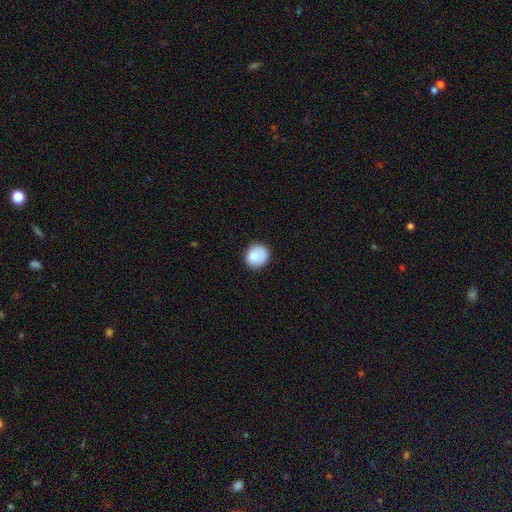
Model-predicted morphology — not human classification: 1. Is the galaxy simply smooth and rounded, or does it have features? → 83% smooth, 9% featured or disk, 8% star or artifact.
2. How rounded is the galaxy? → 85% round, 14% in between, 1% cigar-shaped.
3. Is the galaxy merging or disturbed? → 80% none, 14% minor disturbance, 4% major disturbance, 2% merger.